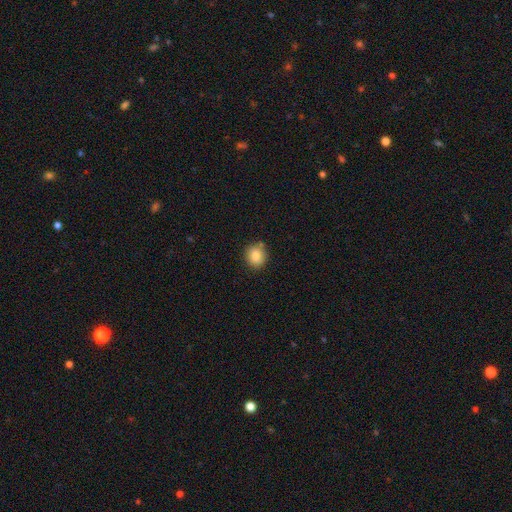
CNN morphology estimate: A smooth galaxy with no disk features (86%) that is round (78%). Merging: none (79%).